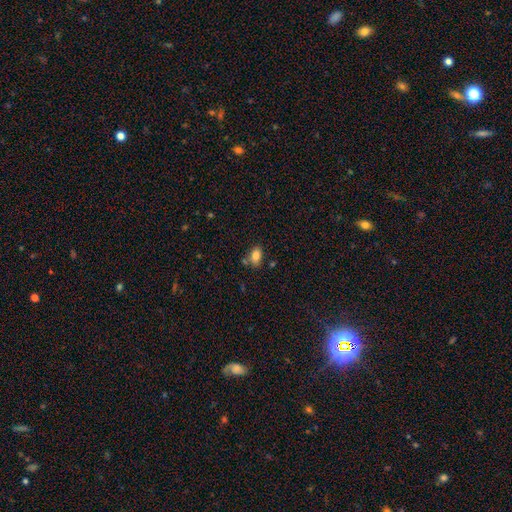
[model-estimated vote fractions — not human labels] This is clearly a smooth galaxy (81%). How rounded: clearly in between (88%). Merging: likely none (70%).